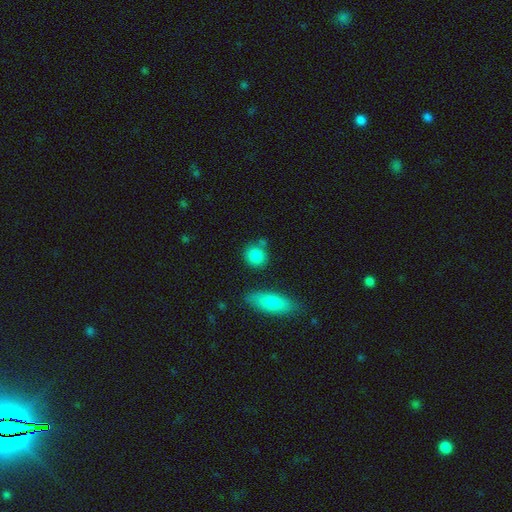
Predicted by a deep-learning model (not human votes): A smooth galaxy with no disk features (85%) that is round (77%).

Vote fractions:
- Smooth or featured? smooth: 85% / star or artifact: 8% / featured or disk: 7%
- How rounded? round: 77% / in between: 21% / cigar-shaped: 3%
- Merging? none: 73% / minor disturbance: 13% / merger: 11% / major disturbance: 4%